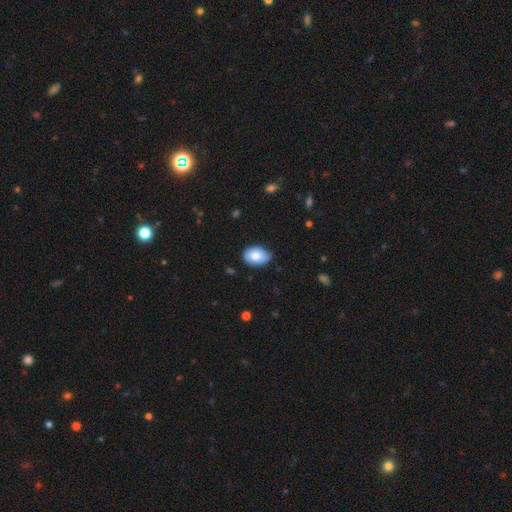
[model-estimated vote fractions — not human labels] Smooth or featured? smooth (82%)
How rounded? in between (85%)
Merging? none (77%)